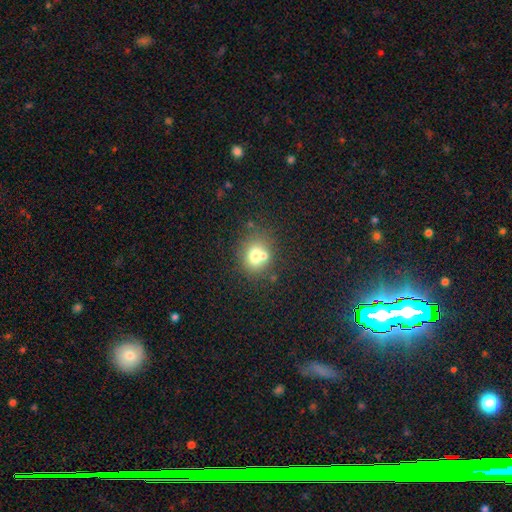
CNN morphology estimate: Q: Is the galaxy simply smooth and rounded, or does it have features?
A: smooth — 68%.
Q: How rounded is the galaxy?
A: round — 68%.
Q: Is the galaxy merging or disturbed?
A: none — 52%.